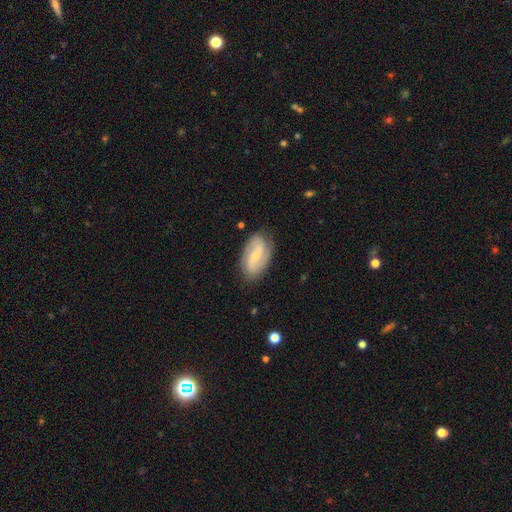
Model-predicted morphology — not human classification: This appears to be a featured or disk galaxy (76%) with a weak bar (45%), 2 (86%) medium (42%) spiral arms (94%) and a small central bulge (63%). Merging: none (81%).